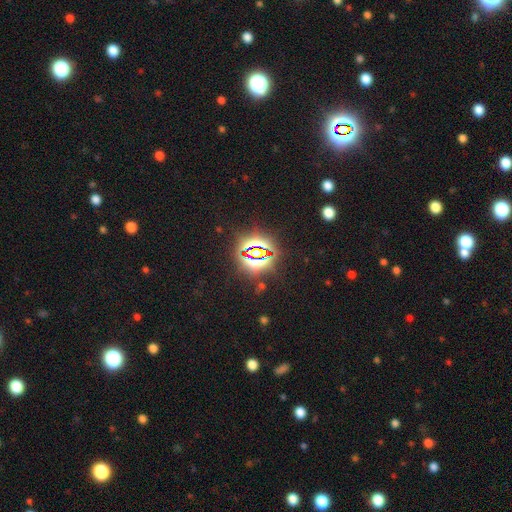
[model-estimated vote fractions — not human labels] A star or artifact, not a galaxy (81%).